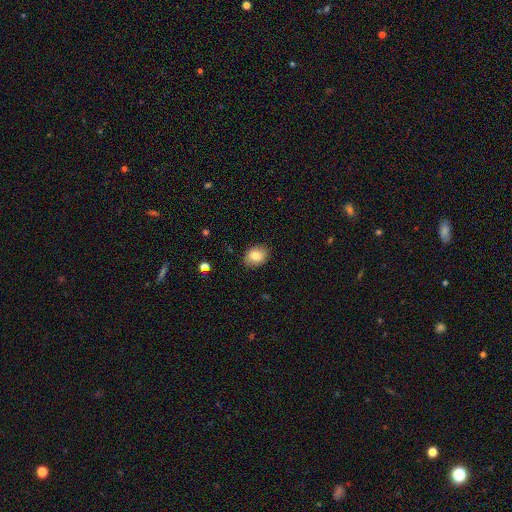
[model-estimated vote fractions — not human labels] smooth_or_featured: smooth (p=0.83) [alt: featured or disk p=0.09]
how_rounded: in between (p=0.59) [alt: round p=0.40]
merging: none (p=0.86) [alt: minor disturbance p=0.11]